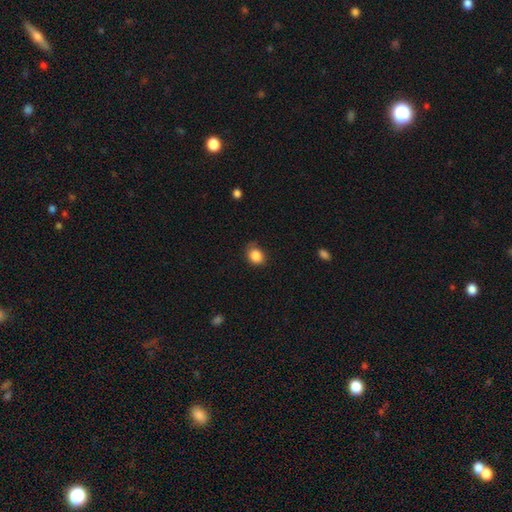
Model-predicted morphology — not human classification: A smooth galaxy with no disk features (86%) that is round (58%). Merging: none (71%).